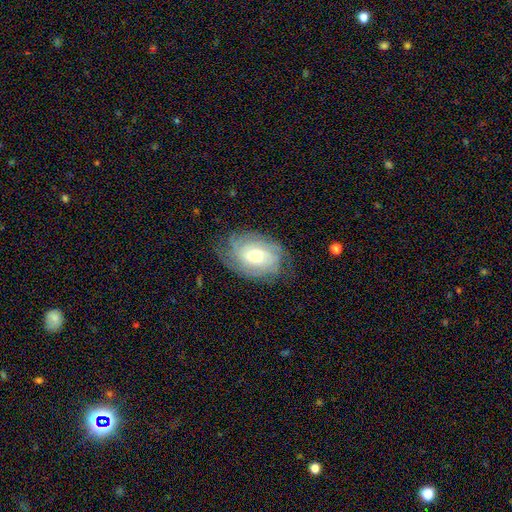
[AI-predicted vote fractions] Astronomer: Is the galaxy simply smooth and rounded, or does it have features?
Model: featured or disk — 73%.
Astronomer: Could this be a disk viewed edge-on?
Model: no — 96%.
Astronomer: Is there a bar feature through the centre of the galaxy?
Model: no — 66%.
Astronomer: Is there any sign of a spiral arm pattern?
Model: yes — 91%.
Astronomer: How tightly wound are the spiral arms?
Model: tight — 67%.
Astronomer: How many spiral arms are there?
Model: can't tell — 51%.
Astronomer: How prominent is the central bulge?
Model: moderate — 53% (runner-up: small, 38%).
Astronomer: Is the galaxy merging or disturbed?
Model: none — 70%.